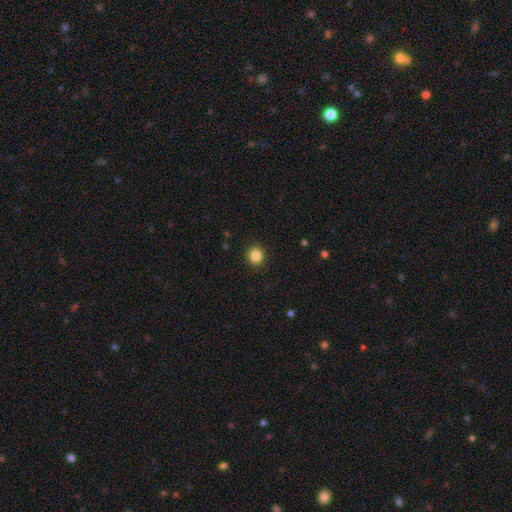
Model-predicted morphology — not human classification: The model was most divided on "how rounded": round: 81%, in between: 18%, cigar-shaped: 1%. More confident: merging — none (91%); smooth or featured — smooth (86%).